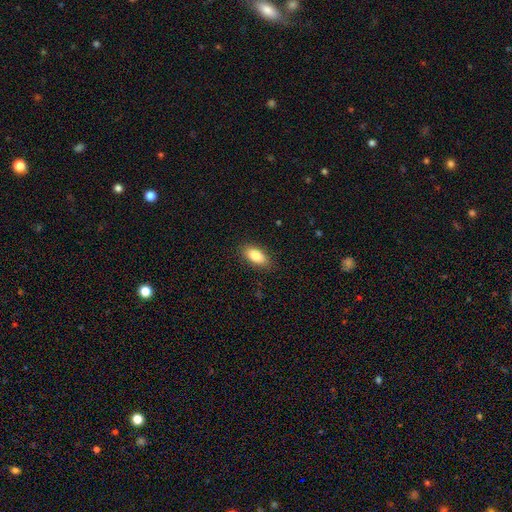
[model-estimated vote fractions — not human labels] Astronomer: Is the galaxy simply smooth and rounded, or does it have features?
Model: smooth — 85%.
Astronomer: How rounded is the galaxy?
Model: in between — 88%.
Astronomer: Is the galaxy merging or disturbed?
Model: none — 87%.